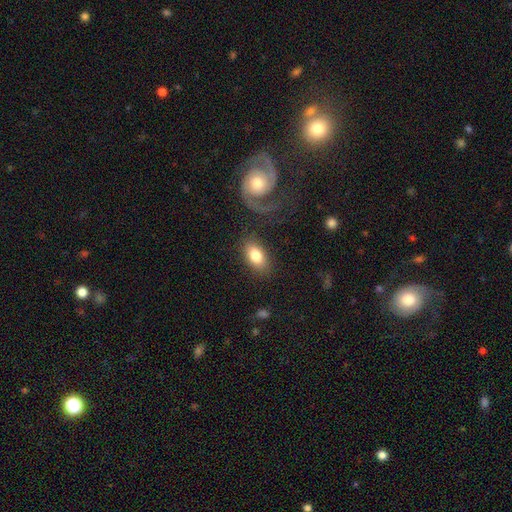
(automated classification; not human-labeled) Smooth or featured? smooth (79%)
How rounded? in between (90%)
Merging? none (78%)